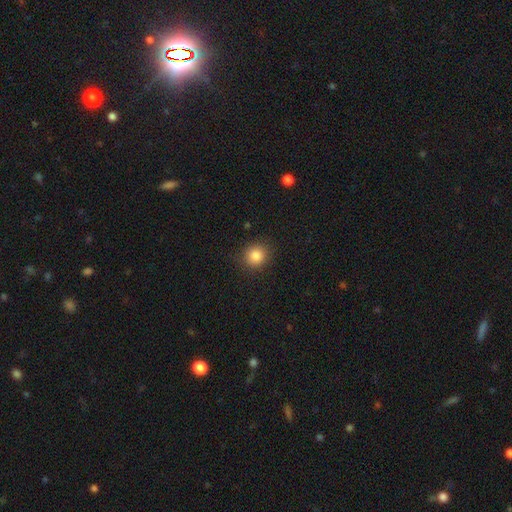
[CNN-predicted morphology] Smooth or featured: smooth — 85% (star or artifact — 10%)
How rounded: round — 89% (in between — 10%)
Merging: none — 89% (minor disturbance — 7%)